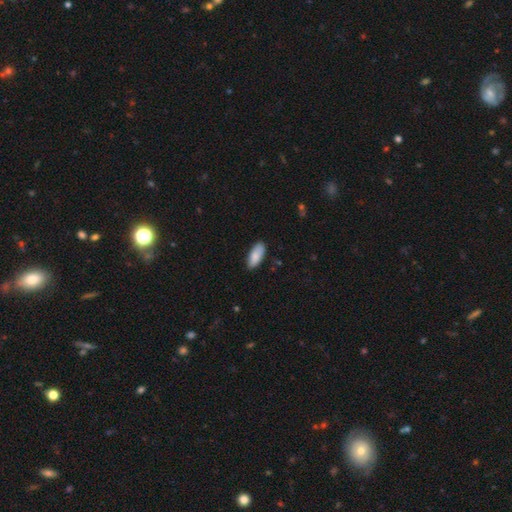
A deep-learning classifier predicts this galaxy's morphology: Smooth or featured: smooth — 87% (featured or disk — 7%)
How rounded: in between — 85% (cigar-shaped — 14%)
Merging: none — 83% (minor disturbance — 14%)